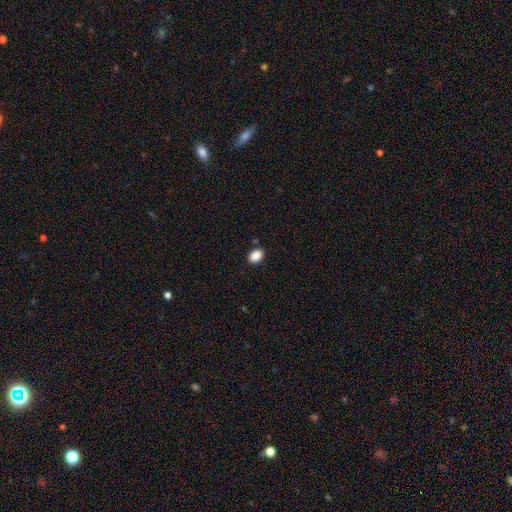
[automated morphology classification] smooth 88%, star or artifact 9%, featured or disk 3%. Down the decision tree: how rounded — in between (78%); merging — none (86%).